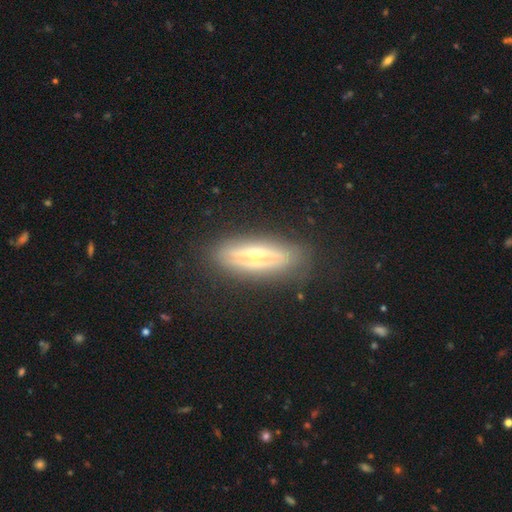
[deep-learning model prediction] Smooth or featured?
  - featured or disk: 71% *
  - smooth: 22%
  - star or artifact: 7%
Edge-on disk?
  - yes: 85% *
  - no: 15%
Edge-on bulge?
  - rounded: 85% *
  - none: 10%
  - boxy: 5%
Merging?
  - none: 83% *
  - minor disturbance: 12%
  - major disturbance: 4%
  - merger: 1%